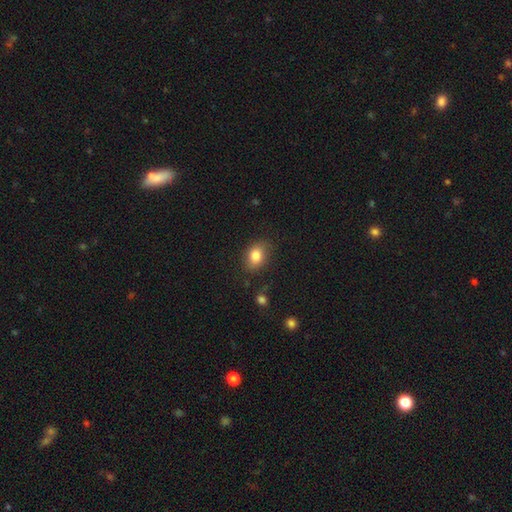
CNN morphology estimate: Smooth or featured? Predicted: smooth (p=0.82). How rounded? Predicted: in between (p=0.71). Merging? Predicted: none (p=0.79).